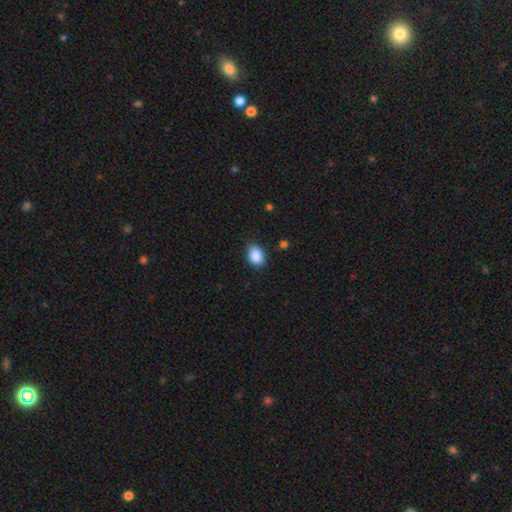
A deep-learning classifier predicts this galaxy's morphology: smooth-or-featured: smooth: 89% | star or artifact: 8% | featured or disk: 4%
  how-rounded: in between: 78% | round: 21% | cigar-shaped: 1%
  merging: none: 84% | minor disturbance: 12% | major disturbance: 2% | merger: 1%